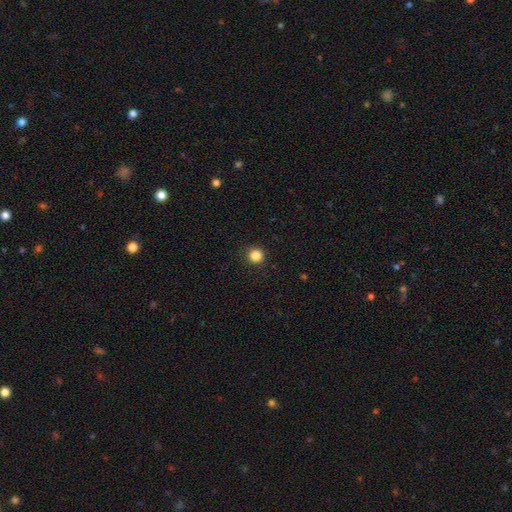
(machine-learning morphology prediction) Smooth or featured: smooth — 85% (star or artifact — 12%)
How rounded: round — 94% (in between — 5%)
Merging: none — 91% (minor disturbance — 6%)